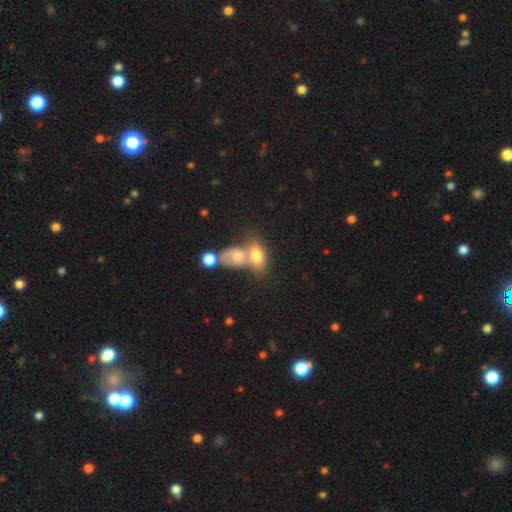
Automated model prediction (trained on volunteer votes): Smooth or featured? smooth (70%)
How rounded? in between (81%)
Merging? merger (61%)